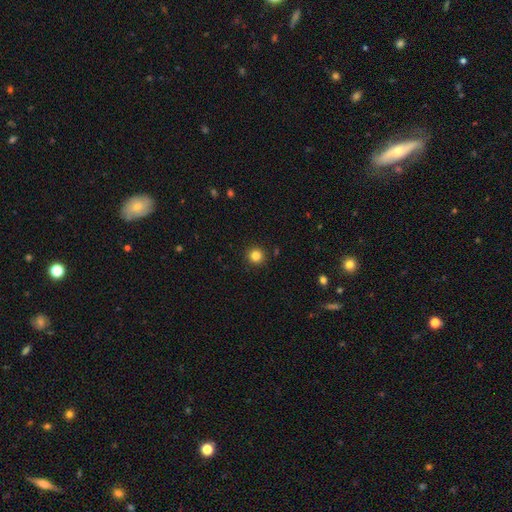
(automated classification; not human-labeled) Overall: smooth (84%). How rounded: round (95%). Merging: none (92%).